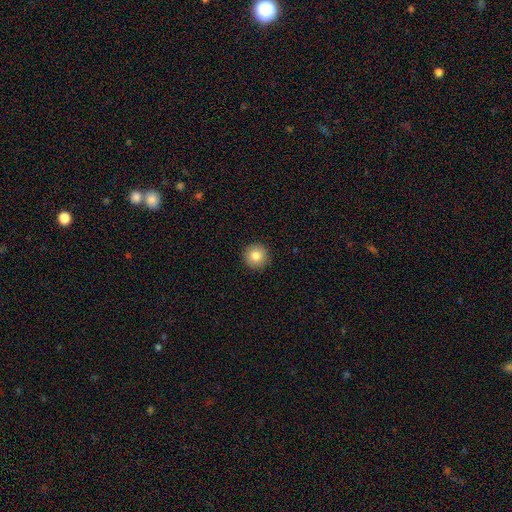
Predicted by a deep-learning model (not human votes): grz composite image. It shows a smooth galaxy with no disk features (83%) that is round (96%). Merging: none (93%).